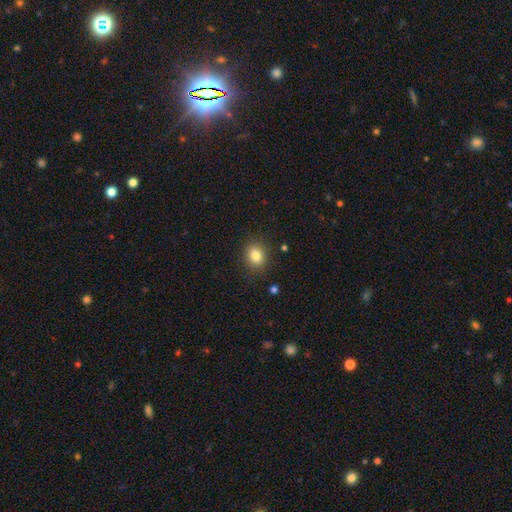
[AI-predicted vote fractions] smooth-or-featured: smooth: 83% | star or artifact: 11% | featured or disk: 7%
  how-rounded: round: 60% | in between: 39% | cigar-shaped: 1%
  merging: none: 87% | minor disturbance: 9% | major disturbance: 3% | merger: 2%